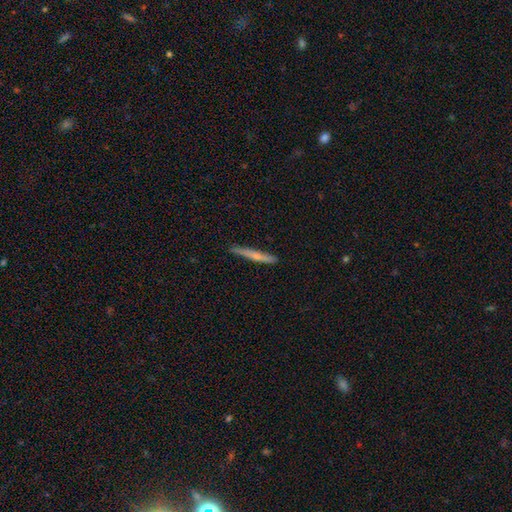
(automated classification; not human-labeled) Morphology: type=smooth (51%); roundness=cigar-shaped (95%); merging=none (86%).